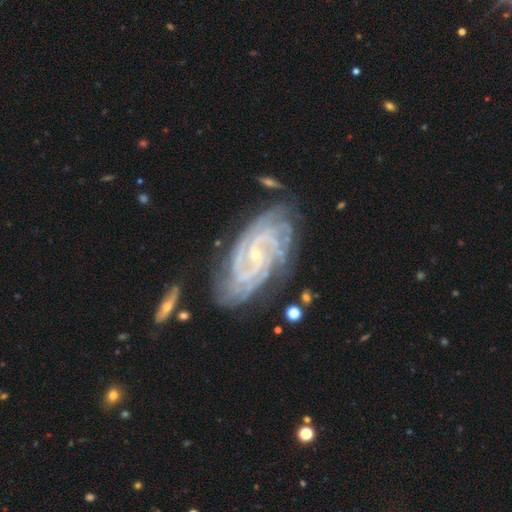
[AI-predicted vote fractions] Smooth or featured? Predicted: featured or disk (p=0.92). Edge-on disk? Predicted: no (p=0.97). Bar? Predicted: no (p=0.47). Spiral arms? Predicted: yes (p=0.99). Spiral winding? Predicted: tight (p=0.75). Spiral arm count? Predicted: 4 (p=0.24). Bulge size? Predicted: small (p=0.82). Merging? Predicted: none (p=0.71).